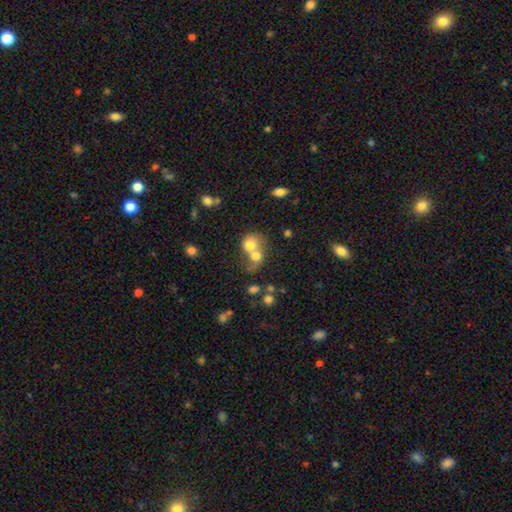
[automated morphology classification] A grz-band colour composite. It shows a smooth galaxy with no disk features (69%) that is round (69%). Merging: merger (73%).